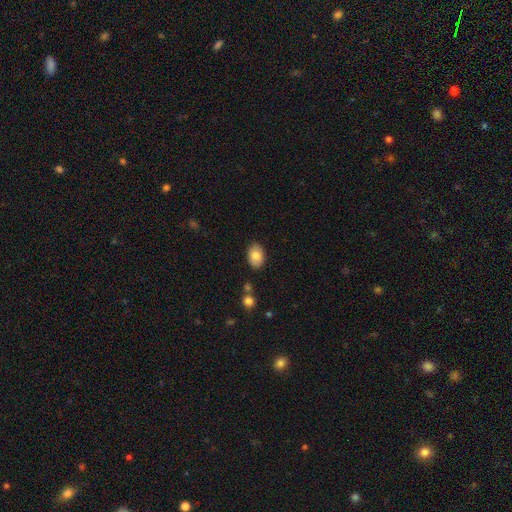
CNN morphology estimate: Overall: smooth (82%). How rounded: in between (88%). Merging: none (85%).